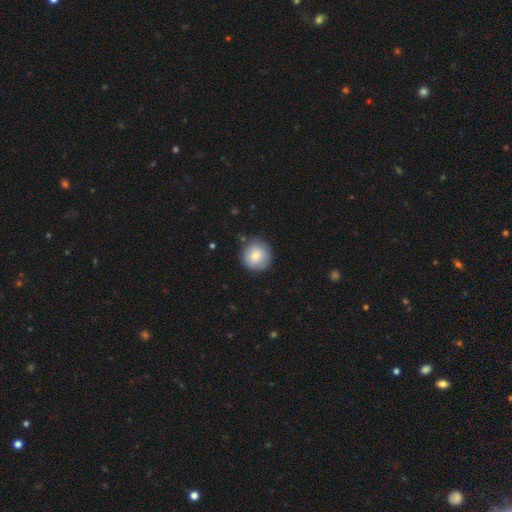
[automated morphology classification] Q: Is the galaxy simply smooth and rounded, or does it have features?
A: smooth — 82%.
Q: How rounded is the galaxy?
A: round — 93%.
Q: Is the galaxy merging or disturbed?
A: none — 83%.